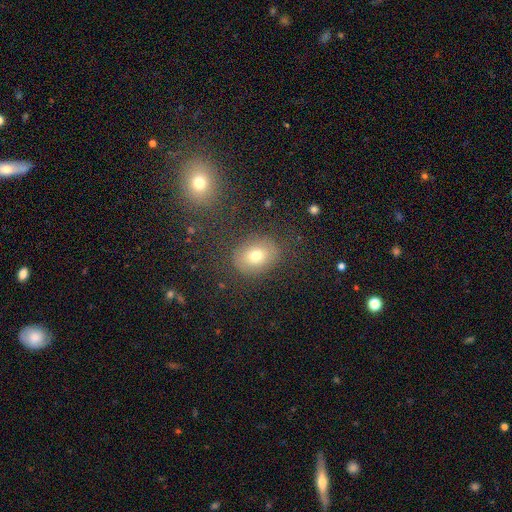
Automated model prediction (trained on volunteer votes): Smooth or featured? smooth (70%)
How rounded? in between (56%)
Merging? none (80%)